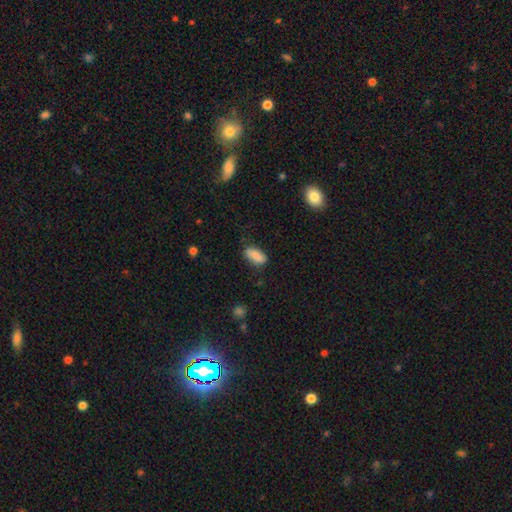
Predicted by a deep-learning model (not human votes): The model was most divided on "merging": none: 75%, minor disturbance: 18%, major disturbance: 4%, merger: 2%. More confident: smooth or featured — smooth (85%); how rounded — in between (85%).